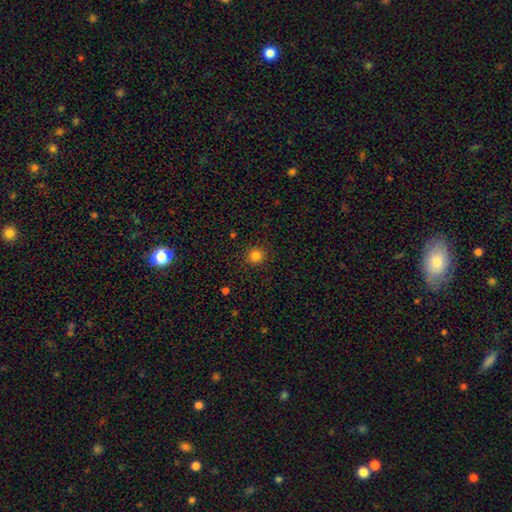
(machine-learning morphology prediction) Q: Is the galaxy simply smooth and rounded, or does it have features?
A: smooth — 83%.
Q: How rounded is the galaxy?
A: round — 93%.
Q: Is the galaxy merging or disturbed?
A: none — 91%.